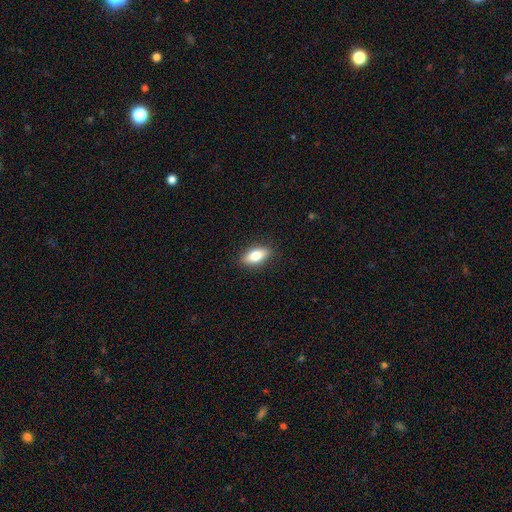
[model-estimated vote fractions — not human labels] Smooth or featured? Predicted: smooth (p=0.75). How rounded? Predicted: in between (p=0.83). Merging? Predicted: none (p=0.88).